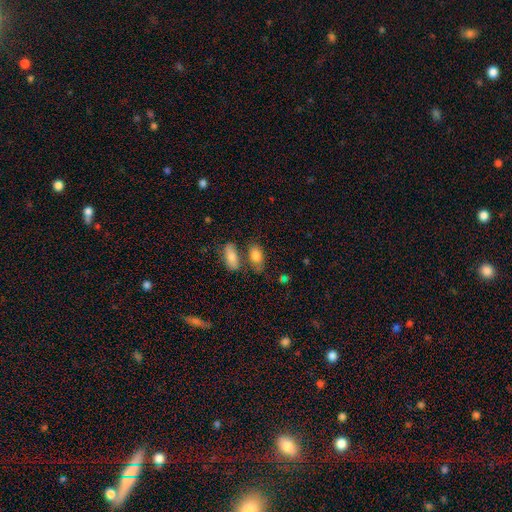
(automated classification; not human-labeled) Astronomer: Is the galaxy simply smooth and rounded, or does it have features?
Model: smooth — 83%.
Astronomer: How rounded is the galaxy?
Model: in between — 89%.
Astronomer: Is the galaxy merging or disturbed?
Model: none — 55%.